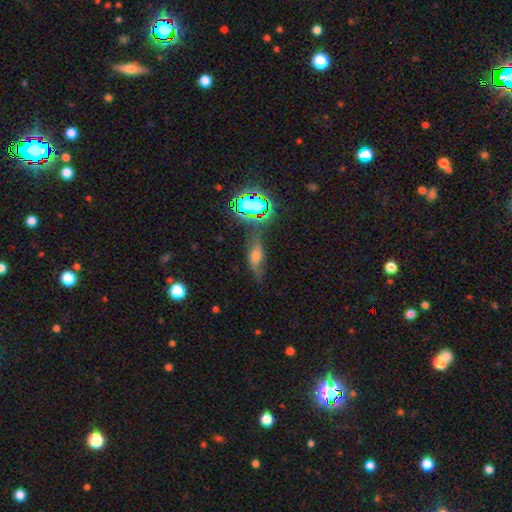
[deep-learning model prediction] Smooth or featured? smooth (41%)
Merging? none (63%)